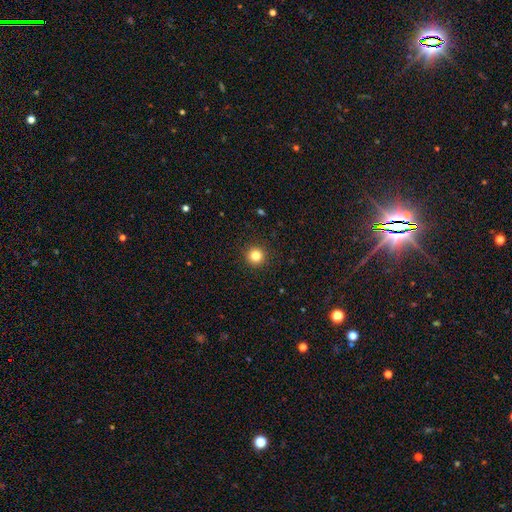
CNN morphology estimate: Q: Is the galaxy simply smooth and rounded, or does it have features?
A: smooth — 83%.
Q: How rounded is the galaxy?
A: round — 96%.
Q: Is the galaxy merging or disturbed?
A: none — 93%.